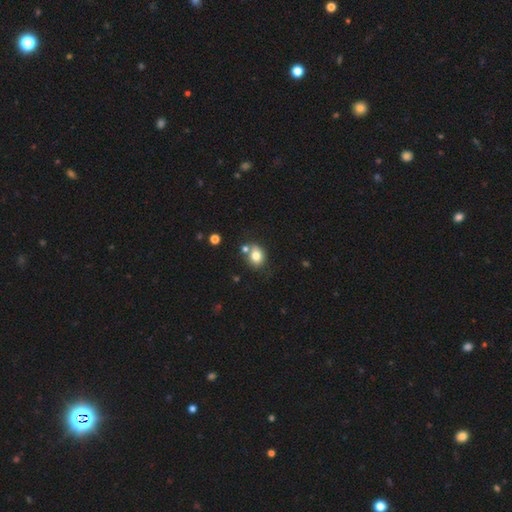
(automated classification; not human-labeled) Q: Smooth or featured?
A: smooth (79%); runner-up: featured or disk (11%)
Q: How rounded?
A: round (50%); runner-up: in between (49%)
Q: Merging?
A: none (57%); runner-up: merger (22%)